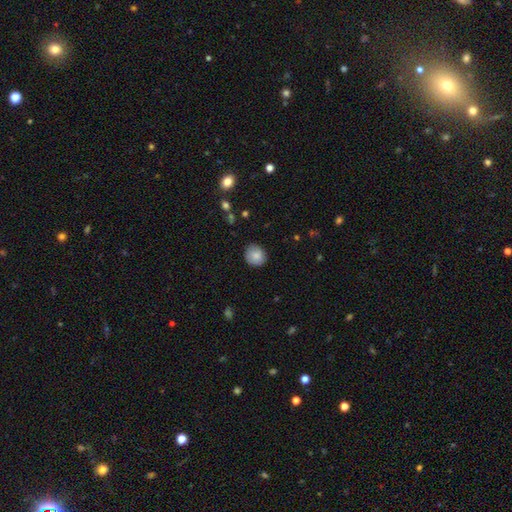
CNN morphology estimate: This appears to be a smooth galaxy with no disk features (84%) that is round (82%). Merging: none (85%).